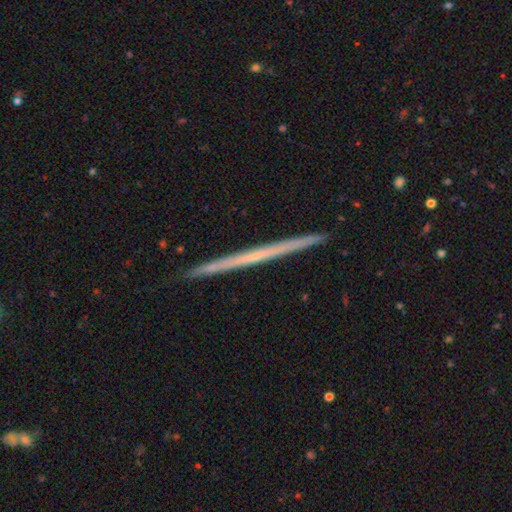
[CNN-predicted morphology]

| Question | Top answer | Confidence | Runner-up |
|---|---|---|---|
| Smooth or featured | featured or disk | 63% | smooth (32%) |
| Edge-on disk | yes | 98% | no (2%) |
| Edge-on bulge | none | 91% | rounded (7%) |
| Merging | none | 93% | minor disturbance (5%) |